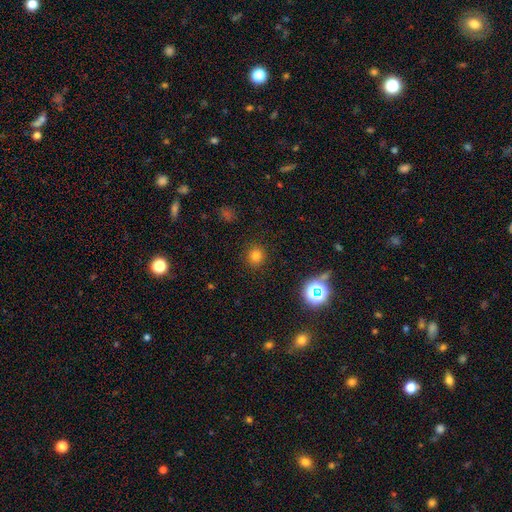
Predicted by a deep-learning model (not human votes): smooth-or-featured: smooth: 76% | star or artifact: 18% | featured or disk: 6%
  how-rounded: round: 92% | in between: 7% | cigar-shaped: 1%
  merging: none: 90% | minor disturbance: 6% | major disturbance: 2% | merger: 1%